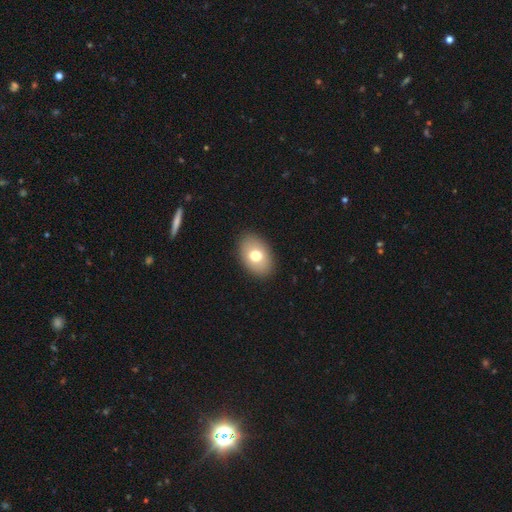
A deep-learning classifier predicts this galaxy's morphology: smooth-or-featured: smooth: 72% | featured or disk: 19% | star or artifact: 9%
  how-rounded: in between: 83% | round: 16% | cigar-shaped: 1%
  merging: none: 88% | minor disturbance: 8% | major disturbance: 2% | merger: 1%